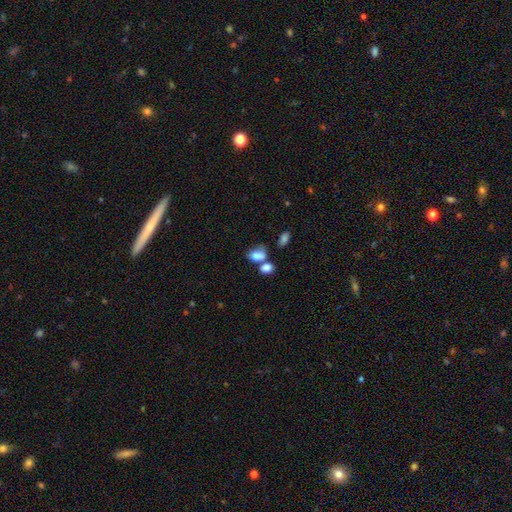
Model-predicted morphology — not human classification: The model was most divided on "merging": merger: 47%, none: 31%, minor disturbance: 14%, major disturbance: 8%. More confident: smooth or featured — smooth (80%); how rounded — in between (79%).